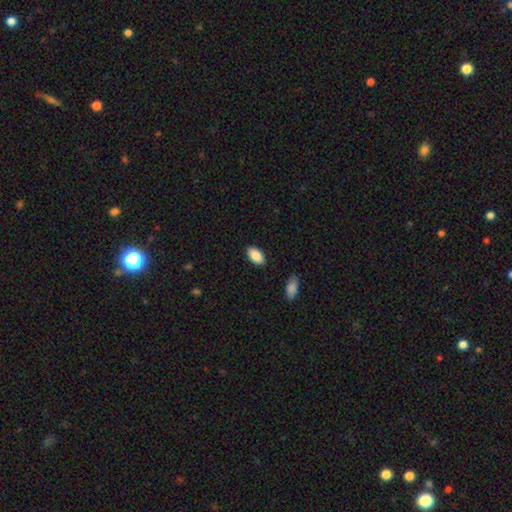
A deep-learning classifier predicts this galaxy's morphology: A smooth galaxy with no disk features (87%) that is in between round and cigar-shaped (95%).

Vote fractions:
- Smooth or featured? smooth: 87% / star or artifact: 6% / featured or disk: 6%
- How rounded? in between: 95% / round: 3% / cigar-shaped: 2%
- Merging? none: 88% / minor disturbance: 9% / major disturbance: 2% / merger: 1%